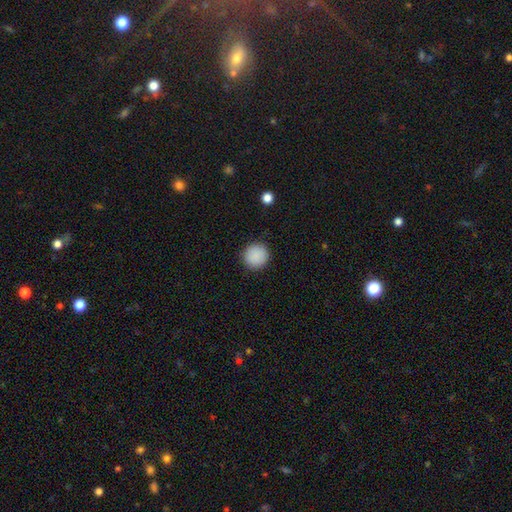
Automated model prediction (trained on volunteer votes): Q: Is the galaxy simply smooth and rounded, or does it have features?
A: smooth — 89%.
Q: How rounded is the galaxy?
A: round — 95%.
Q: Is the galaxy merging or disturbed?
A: none — 92%.